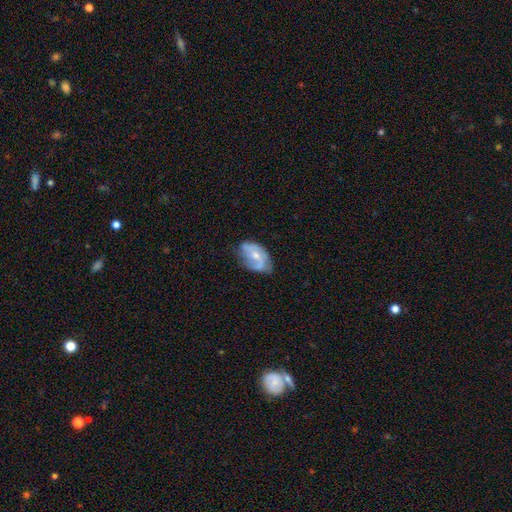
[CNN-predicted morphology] smooth-or-featured: featured or disk: 65% | smooth: 29% | star or artifact: 6%
  disk-edge-on: no: 96% | yes: 4%
    bar: no: 56% | weak: 35% | strong: 9%
    has-spiral-arms: yes: 78% | no: 22%
    bulge-size: moderate: 52% | small: 42% | none: 3% | large: 2% | dominant: 1%
  merging: none: 51% | minor disturbance: 33% | major disturbance: 14% | merger: 2%